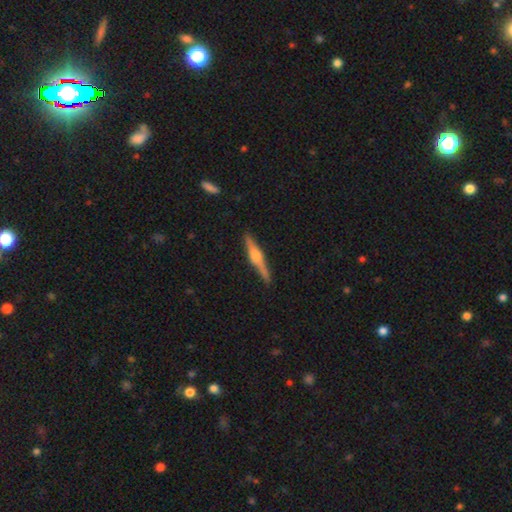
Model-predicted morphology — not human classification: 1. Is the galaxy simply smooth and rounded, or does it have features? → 71% featured or disk, 23% smooth, 6% star or artifact.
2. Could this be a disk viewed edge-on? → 98% yes, 2% no.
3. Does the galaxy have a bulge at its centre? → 85% rounded, 11% boxy, 4% none.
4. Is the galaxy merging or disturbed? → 88% none, 9% minor disturbance, 2% major disturbance, 1% merger.